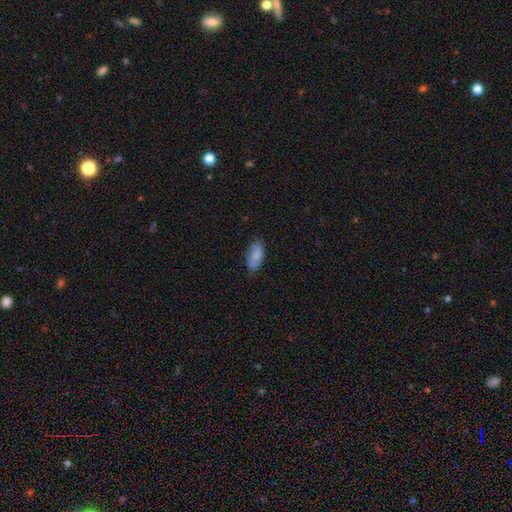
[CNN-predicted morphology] This is clearly a smooth galaxy (83%). How rounded: clearly in between (90%). Merging: likely none (64%).